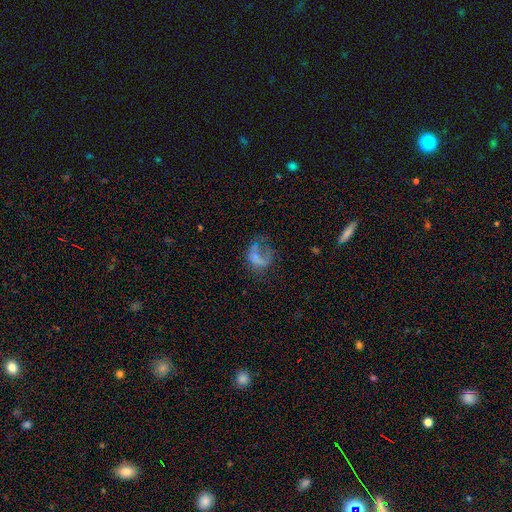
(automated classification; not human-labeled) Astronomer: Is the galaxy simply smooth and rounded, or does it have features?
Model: smooth — 45% (runner-up: featured or disk, 40%).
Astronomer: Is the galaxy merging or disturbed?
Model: major disturbance — 48% (runner-up: none, 27%).